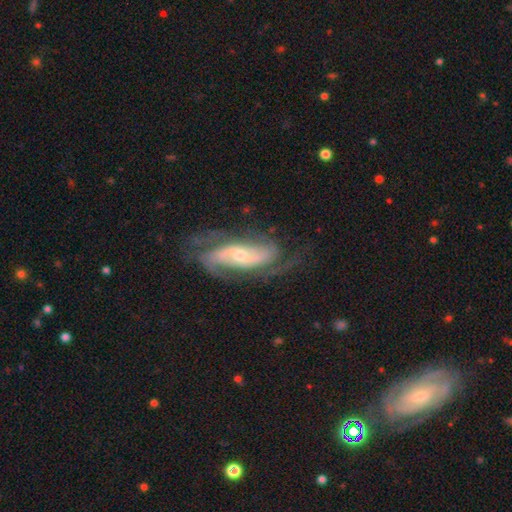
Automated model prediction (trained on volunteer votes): smooth-or-featured: featured or disk: 86% | smooth: 8% | star or artifact: 5%
  disk-edge-on: no: 93% | yes: 7%
    bar: weak: 44% | no: 30% | strong: 25%
    has-spiral-arms: yes: 95% | no: 5%
      spiral-winding: medium: 45% | tight: 28% | loose: 27%
      spiral-arm-count: 2: 67% | can't tell: 14% | 3: 9% | 4: 4% | 1: 4% | more than 4: 3%
    bulge-size: moderate: 48% | small: 44% | large: 5% | none: 2% | dominant: 1%
  merging: none: 66% | minor disturbance: 18% | major disturbance: 14% | merger: 2%